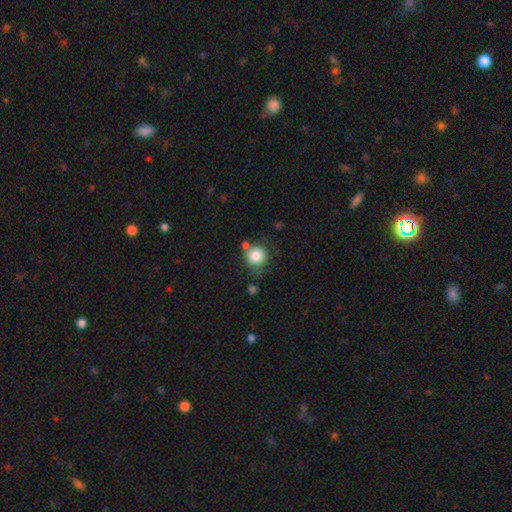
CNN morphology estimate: smooth-or-featured: smooth: 82% | star or artifact: 9% | featured or disk: 9%
  how-rounded: round: 90% | in between: 9% | cigar-shaped: 1%
  merging: none: 60% | minor disturbance: 19% | merger: 14% | major disturbance: 7%